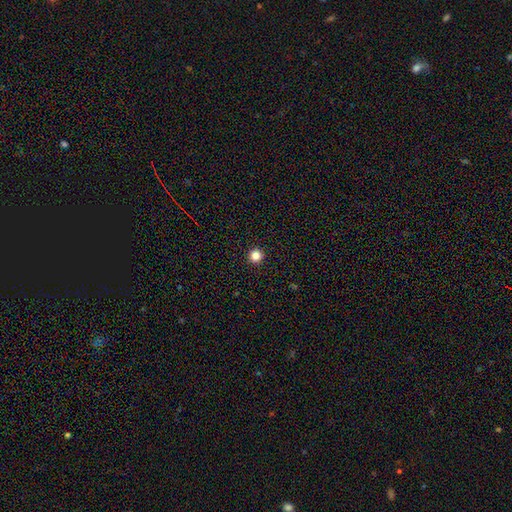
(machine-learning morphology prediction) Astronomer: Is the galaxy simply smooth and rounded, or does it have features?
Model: smooth — 83%.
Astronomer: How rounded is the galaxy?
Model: round — 96%.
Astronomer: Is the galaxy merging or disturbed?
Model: none — 94%.